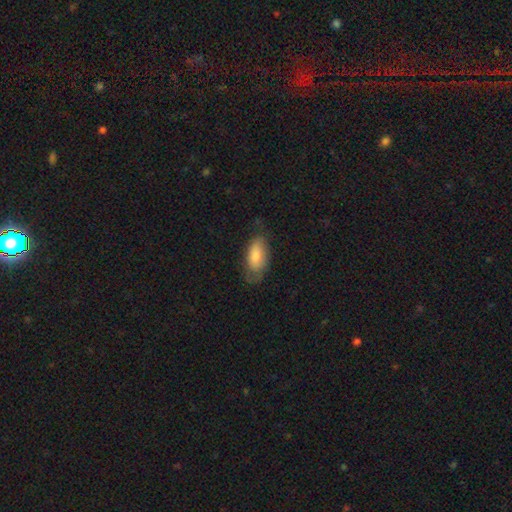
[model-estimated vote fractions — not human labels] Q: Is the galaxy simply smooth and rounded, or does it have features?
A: smooth — 75%.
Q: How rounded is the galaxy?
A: in between — 89%.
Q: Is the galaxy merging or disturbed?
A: none — 60%.